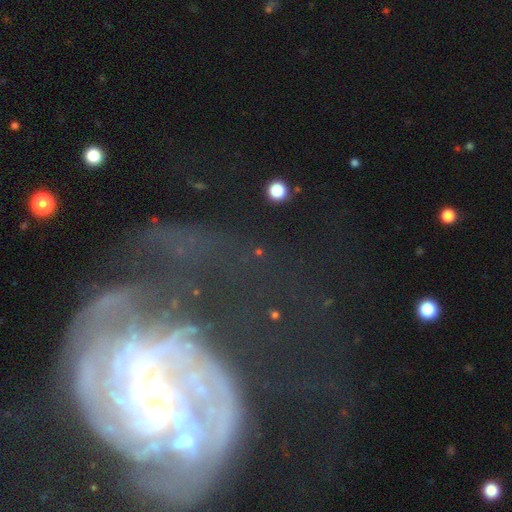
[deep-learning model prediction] Overall: featured or disk (82%). Edge-on disk: no (97%). Bar: no (64%). Spiral arms: yes (90%). Spiral arm count: can't tell (32%; 2 29%). Spiral winding: tight (57%; medium 30%). Bulge size: small (78%). Merging: none (38%; major disturbance 35%).